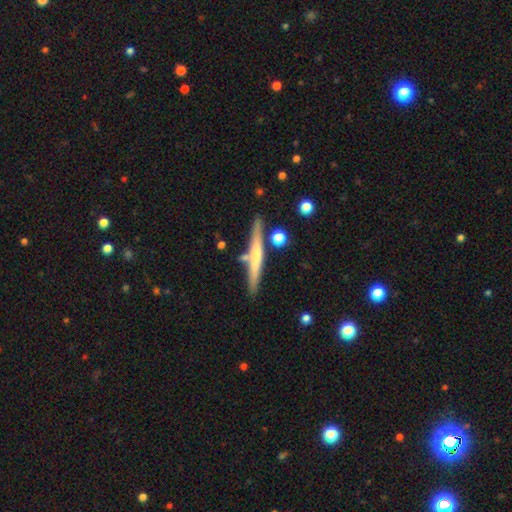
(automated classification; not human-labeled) Smooth or featured? featured or disk (49%)
Merging? none (78%)